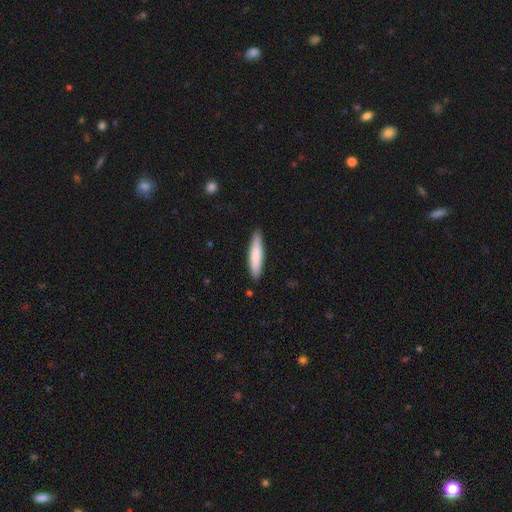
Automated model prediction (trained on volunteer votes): Q: Smooth or featured?
A: smooth (82%); runner-up: featured or disk (13%)
Q: How rounded?
A: cigar-shaped (80%); runner-up: in between (19%)
Q: Merging?
A: none (88%); runner-up: minor disturbance (9%)